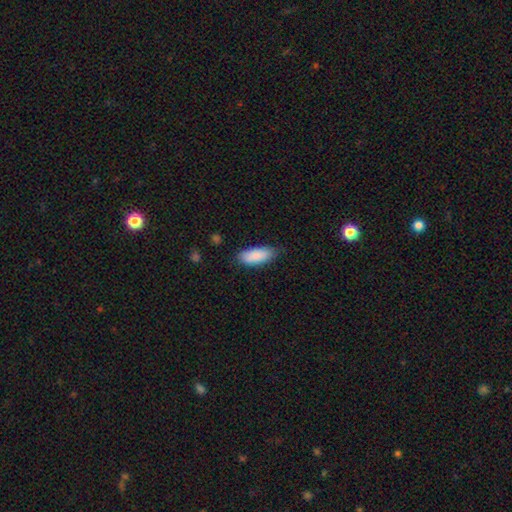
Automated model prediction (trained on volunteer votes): This is clearly a smooth galaxy (88%). How rounded: likely in between (80%). Merging: likely none (75%).